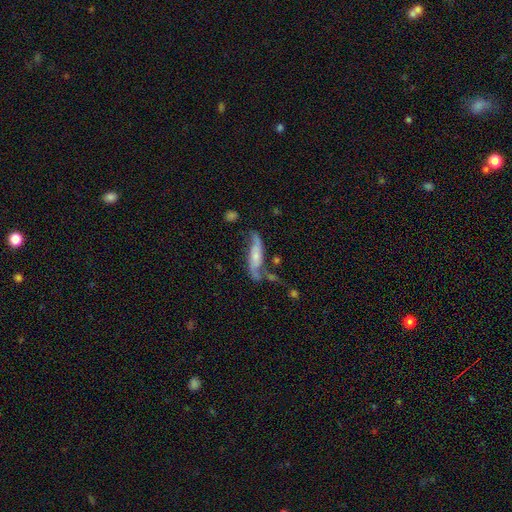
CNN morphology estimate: Smooth or featured: featured or disk — 65% (smooth — 28%)
Edge-on disk: no — 73% (yes — 27%)
Merging: none — 49% (minor disturbance — 24%)